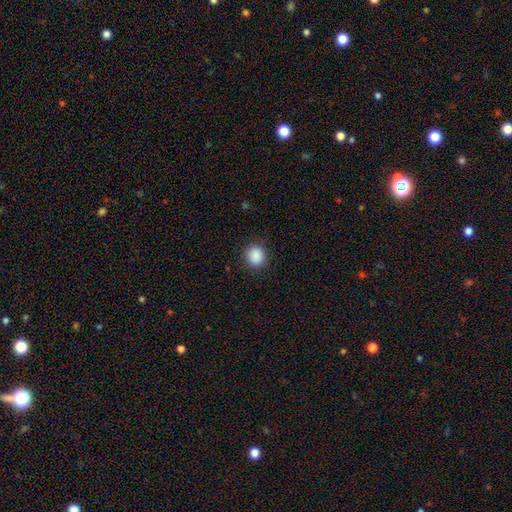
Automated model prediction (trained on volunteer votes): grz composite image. It shows a smooth galaxy with no disk features (89%) that is round (85%). Merging: none (89%).